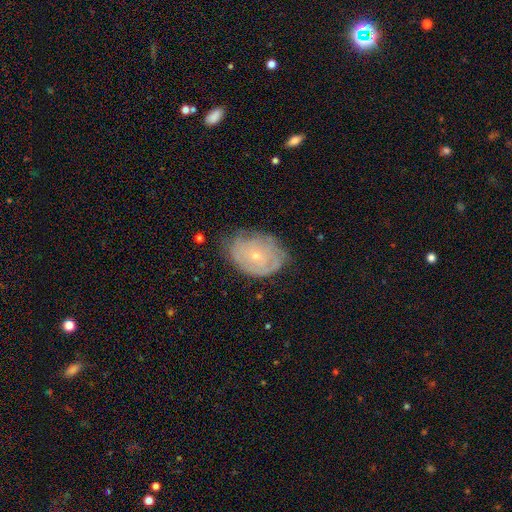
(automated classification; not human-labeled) smooth-or-featured: featured or disk: 66% | smooth: 26% | star or artifact: 7%
  disk-edge-on: no: 96% | yes: 4%
    bar: no: 83% | weak: 15% | strong: 2%
    has-spiral-arms: yes: 75% | no: 25%
    bulge-size: small: 74% | moderate: 23% | none: 1% | large: 1% | dominant: 1%
  merging: none: 65% | minor disturbance: 26% | major disturbance: 8% | merger: 1%